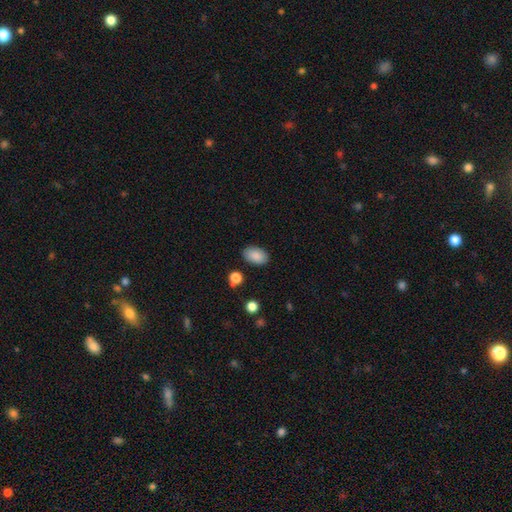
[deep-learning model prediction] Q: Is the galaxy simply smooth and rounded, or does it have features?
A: smooth — 88%.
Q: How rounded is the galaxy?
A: in between — 92%.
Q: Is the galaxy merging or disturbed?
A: none — 86%.